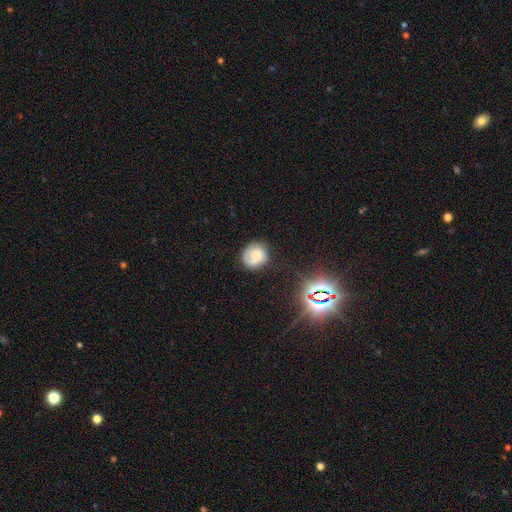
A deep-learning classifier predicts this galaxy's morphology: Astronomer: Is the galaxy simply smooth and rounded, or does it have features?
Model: smooth — 57%.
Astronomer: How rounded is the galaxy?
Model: round — 76%.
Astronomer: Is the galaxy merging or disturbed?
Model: none — 67%.